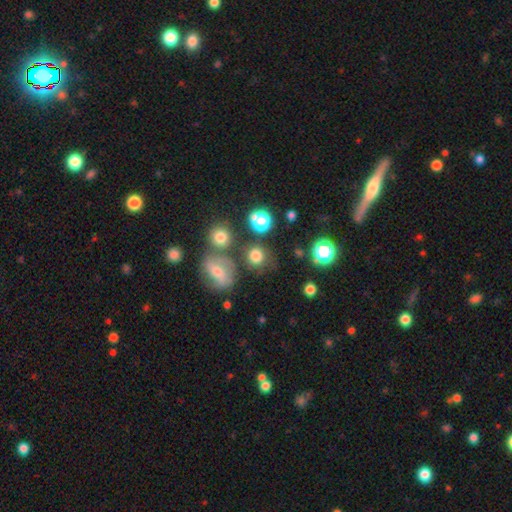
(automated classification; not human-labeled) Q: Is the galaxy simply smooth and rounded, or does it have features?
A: smooth — 72%.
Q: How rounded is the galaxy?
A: round — 83%.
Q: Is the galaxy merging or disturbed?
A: none — 64%.